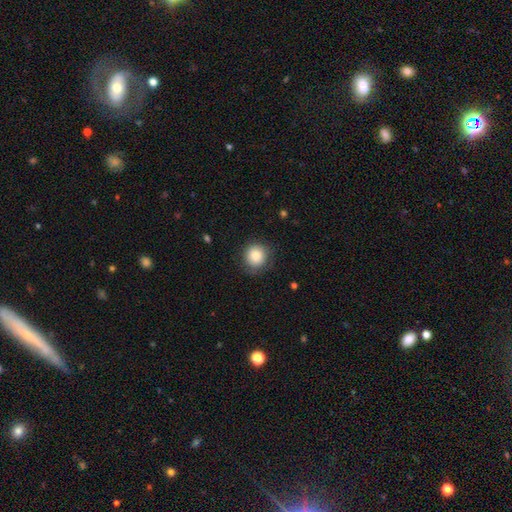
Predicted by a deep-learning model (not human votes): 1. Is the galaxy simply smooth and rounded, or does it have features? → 86% smooth, 8% star or artifact, 7% featured or disk.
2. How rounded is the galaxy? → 90% round, 9% in between, 1% cigar-shaped.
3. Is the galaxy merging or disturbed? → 80% none, 14% minor disturbance, 5% major disturbance, 1% merger.